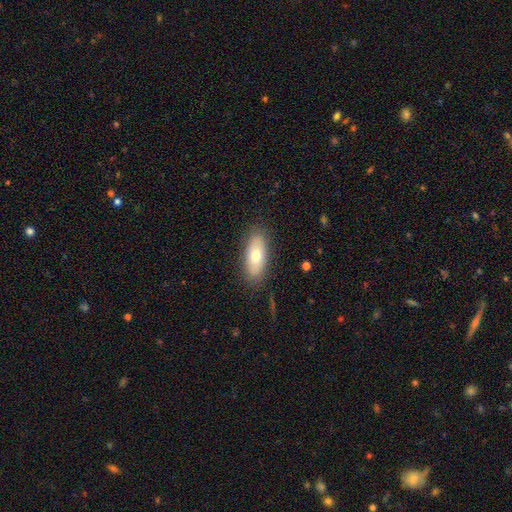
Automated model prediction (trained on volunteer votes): This appears to be a smooth galaxy with no disk features (70%) that is in between round and cigar-shaped (85%). Merging: none (85%).